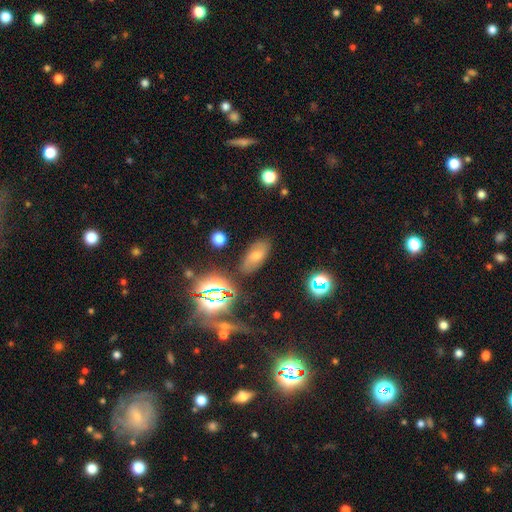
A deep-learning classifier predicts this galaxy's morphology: A smooth galaxy with no disk features (44%). Merging: none (83%).